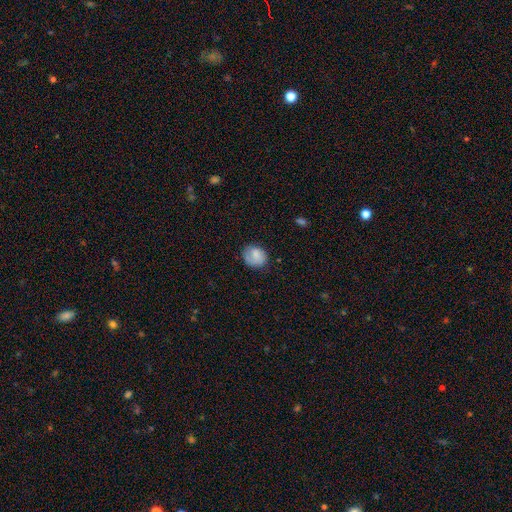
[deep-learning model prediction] Morphology: type=smooth (69%); roundness=round (60%); merging=none (69%).